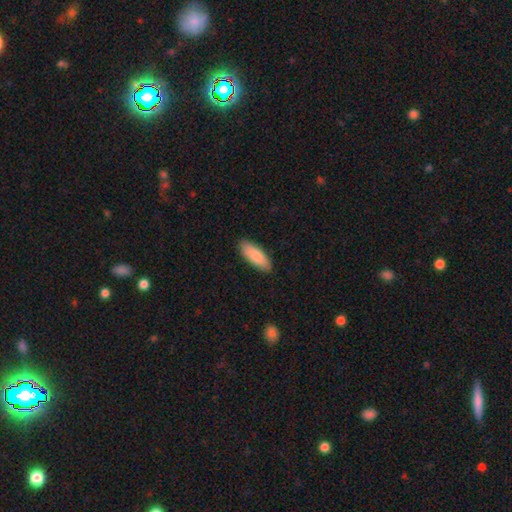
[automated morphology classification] Q: Smooth or featured?
A: smooth (84%); runner-up: featured or disk (11%)
Q: How rounded?
A: in between (73%); runner-up: cigar-shaped (25%)
Q: Merging?
A: none (88%); runner-up: minor disturbance (9%)